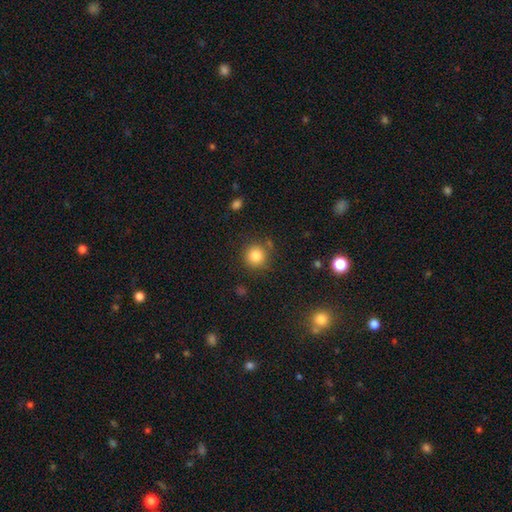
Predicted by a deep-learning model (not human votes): Smooth or featured: smooth — 83% (star or artifact — 11%)
How rounded: round — 93% (in between — 6%)
Merging: none — 82% (minor disturbance — 10%)